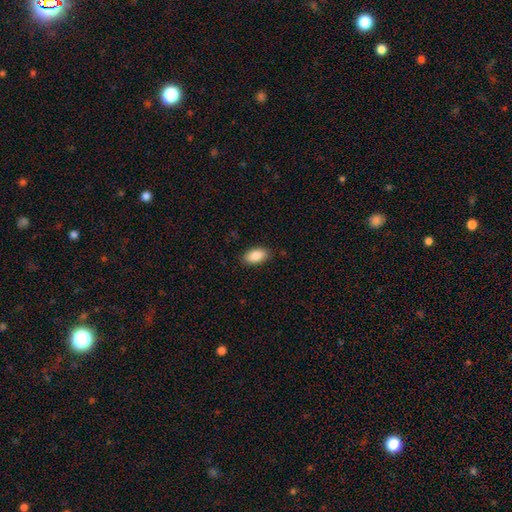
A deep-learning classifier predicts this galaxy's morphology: type=smooth (87%); roundness=in between (94%); merging=none (87%).